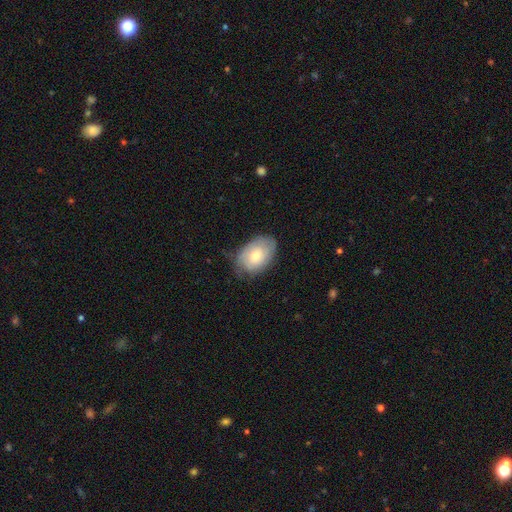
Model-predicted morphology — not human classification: This appears to be a smooth galaxy with no disk features (53%) that is in between round and cigar-shaped (86%). Merging: none (66%).